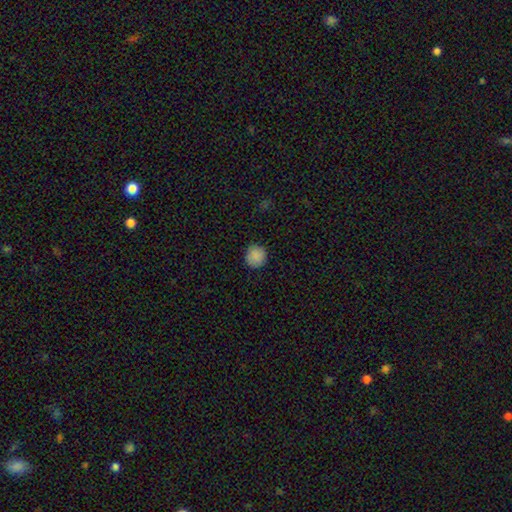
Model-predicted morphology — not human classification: A smooth galaxy with no disk features (88%) that is round (93%).

Vote fractions:
- Smooth or featured? smooth: 88% / star or artifact: 9% / featured or disk: 3%
- How rounded? round: 93% / in between: 6% / cigar-shaped: 1%
- Merging? none: 89% / minor disturbance: 8% / major disturbance: 2% / merger: 1%